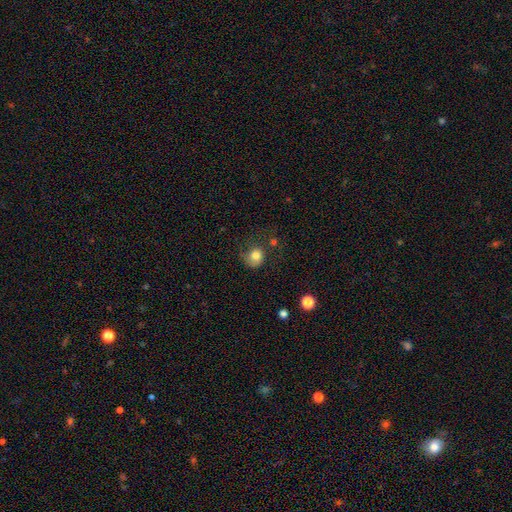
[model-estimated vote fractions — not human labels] This appears to be a smooth galaxy with no disk features (78%) that is round (76%). Merging: none (45%).